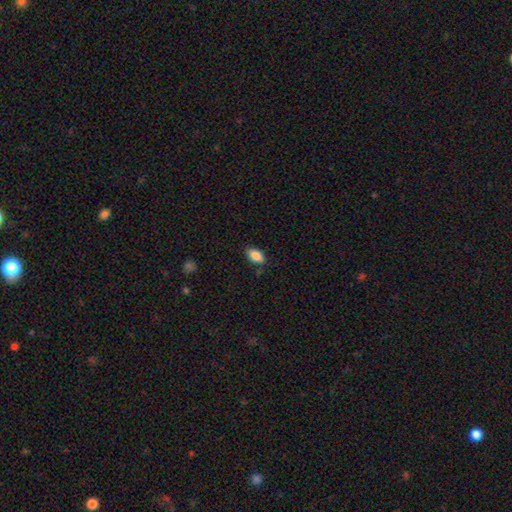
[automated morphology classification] type=smooth (87%); roundness=in between (92%); merging=none (82%).